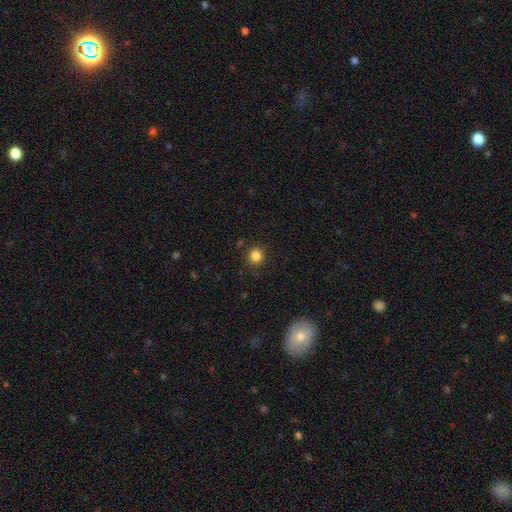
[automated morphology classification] type=smooth (84%); roundness=round (91%); merging=none (89%).